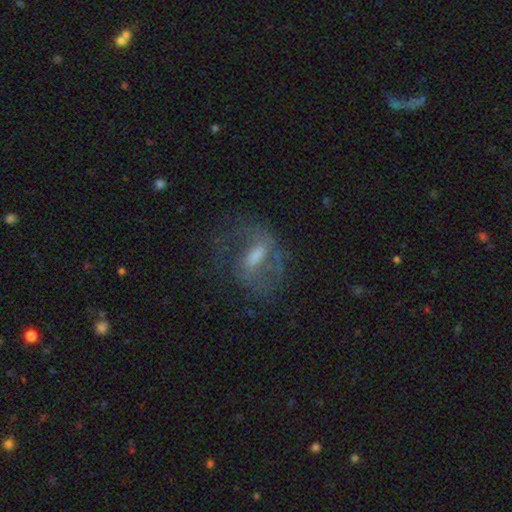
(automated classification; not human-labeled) Overall: featured or disk (60%; smooth 23%). Edge-on disk: no (91%). Bar: weak (48%; strong 31%). Spiral arms: yes (69%; no 31%). Bulge size: moderate (46%; small 34%). Merging: none (63%).